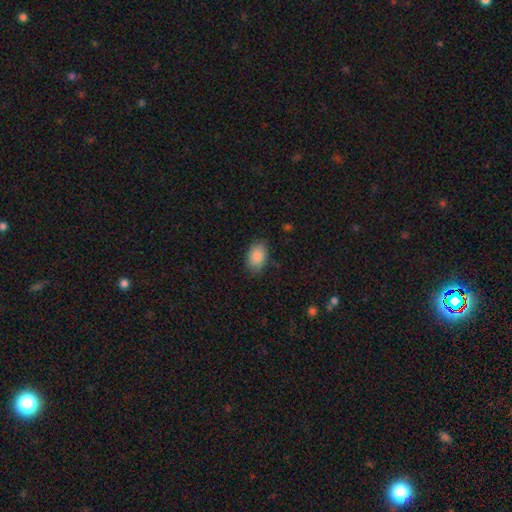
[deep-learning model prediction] Q: Smooth or featured?
A: smooth (86%); runner-up: star or artifact (9%)
Q: How rounded?
A: in between (87%); runner-up: round (12%)
Q: Merging?
A: none (84%); runner-up: minor disturbance (12%)